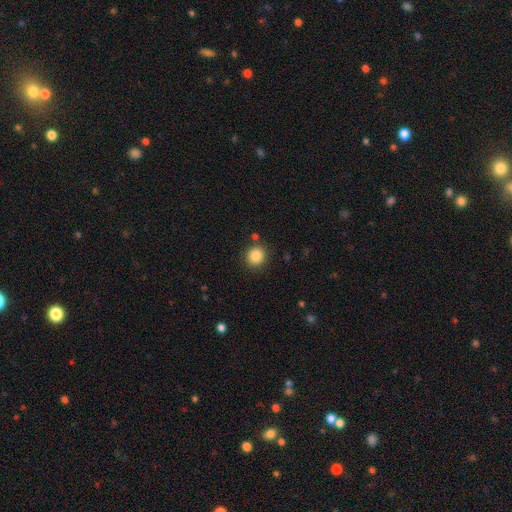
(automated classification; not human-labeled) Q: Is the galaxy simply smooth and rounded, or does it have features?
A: smooth — 86%.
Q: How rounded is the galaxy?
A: round — 86%.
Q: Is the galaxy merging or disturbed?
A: none — 87%.